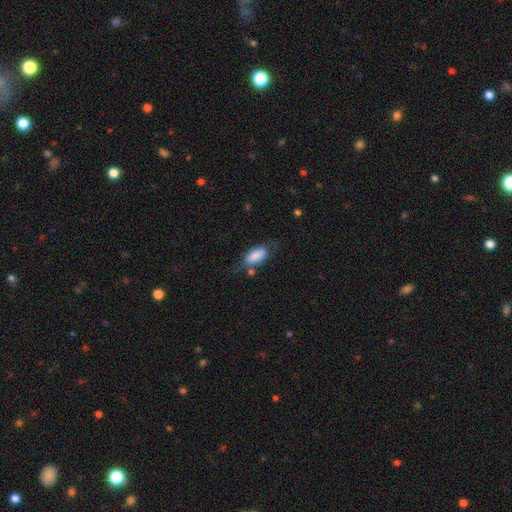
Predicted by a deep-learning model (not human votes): Overall: smooth (83%). How rounded: in between (90%). Merging: none (55%; minor disturbance 26%).